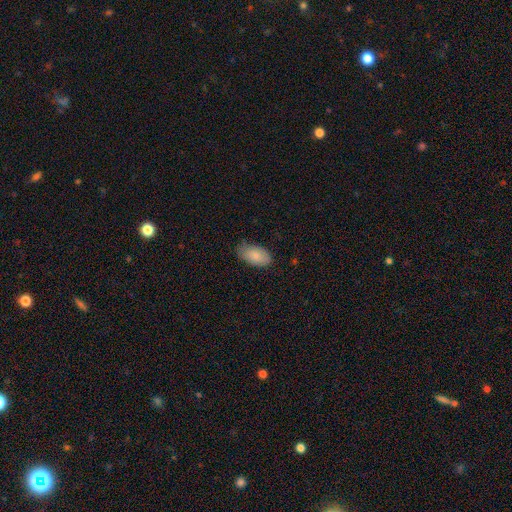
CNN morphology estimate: This is clearly a smooth galaxy (84%). How rounded: clearly in between (94%). Merging: likely none (71%).